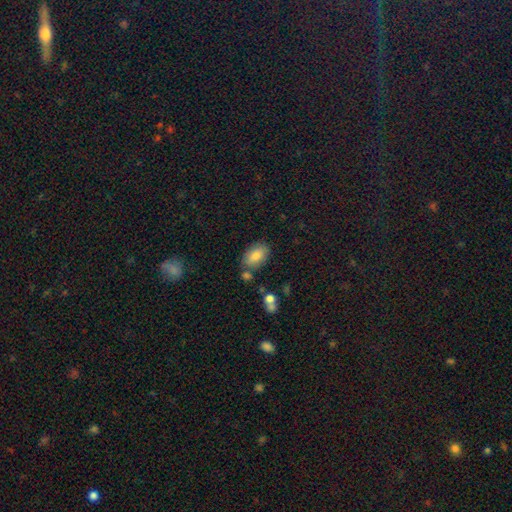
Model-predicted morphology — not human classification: Overall: smooth (81%). How rounded: in between (91%). Merging: none (72%).